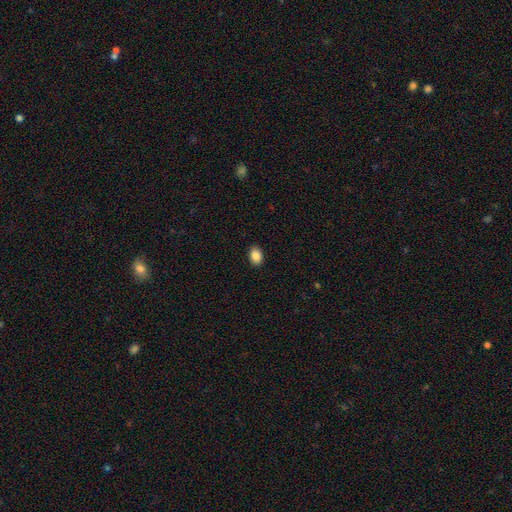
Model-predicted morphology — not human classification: smooth 89%, star or artifact 8%, featured or disk 3%. Down the decision tree: how rounded — in between (80%); merging — none (90%).